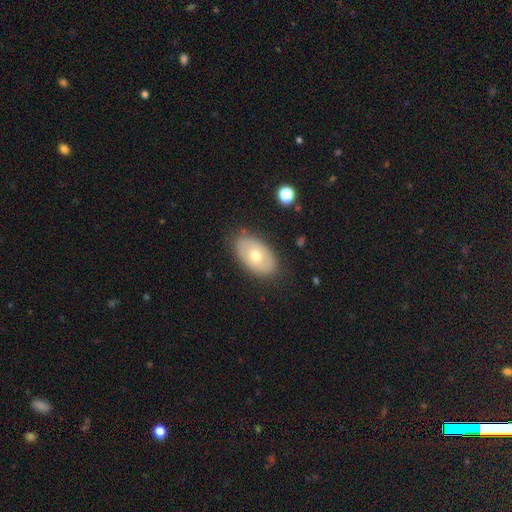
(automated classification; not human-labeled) Overall: smooth (59%; featured or disk 34%). How rounded: in between (92%). Merging: none (83%).